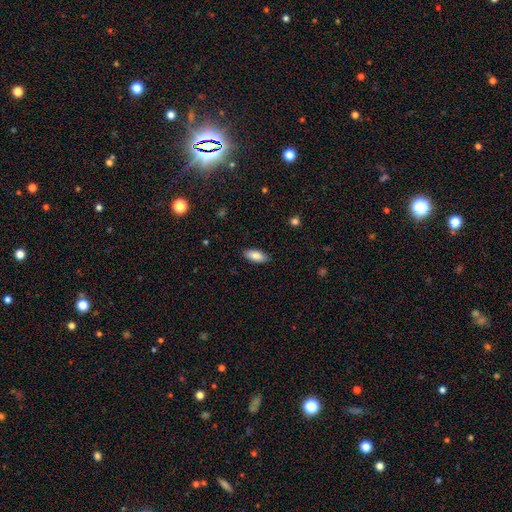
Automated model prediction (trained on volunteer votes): smooth 84%, featured or disk 9%, star or artifact 7%. Down the decision tree: how rounded — in between (86%); merging — none (88%).